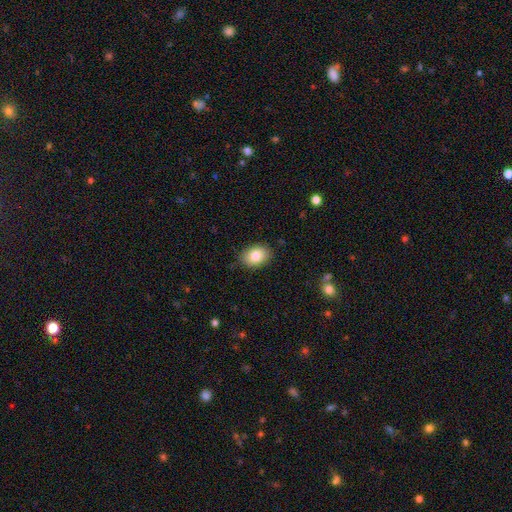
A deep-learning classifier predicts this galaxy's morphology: A smooth galaxy with no disk features (83%) that is in between round and cigar-shaped (77%). Merging: none (85%).